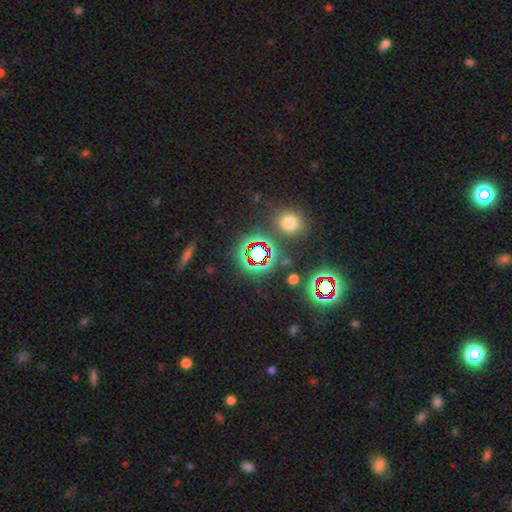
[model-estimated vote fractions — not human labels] Q: Smooth or featured?
A: star or artifact (70%); runner-up: smooth (20%)